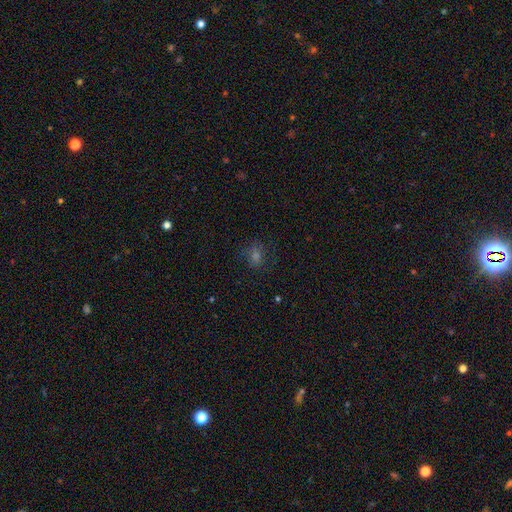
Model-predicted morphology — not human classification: smooth-or-featured: smooth: 54% | star or artifact: 31% | featured or disk: 15%
  how-rounded: in between: 50% | round: 48% | cigar-shaped: 2%
  merging: none: 77% | minor disturbance: 14% | major disturbance: 8% | merger: 2%